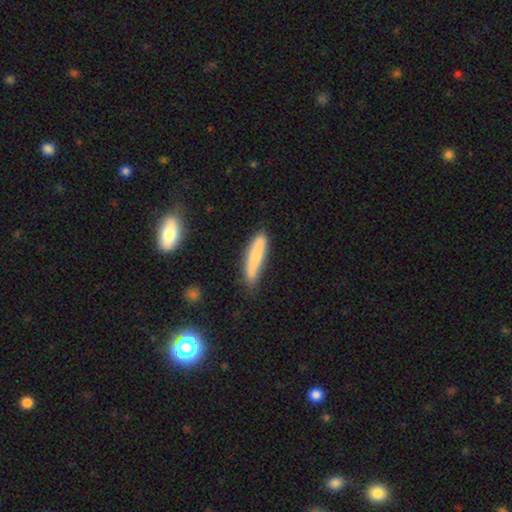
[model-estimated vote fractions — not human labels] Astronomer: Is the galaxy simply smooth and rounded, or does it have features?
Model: smooth — 78%.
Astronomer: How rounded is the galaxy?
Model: cigar-shaped — 87%.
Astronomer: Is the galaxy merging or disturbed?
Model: none — 77%.